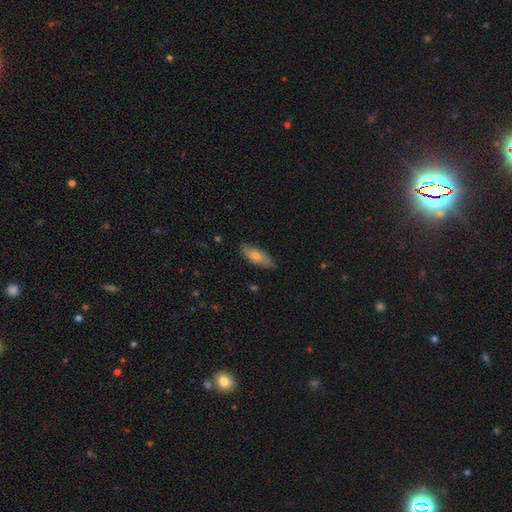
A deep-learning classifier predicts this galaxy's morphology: smooth-or-featured: smooth: 61% | featured or disk: 32% | star or artifact: 7%
  how-rounded: in between: 55% | cigar-shaped: 43% | round: 2%
  merging: none: 82% | minor disturbance: 15% | major disturbance: 2% | merger: 1%